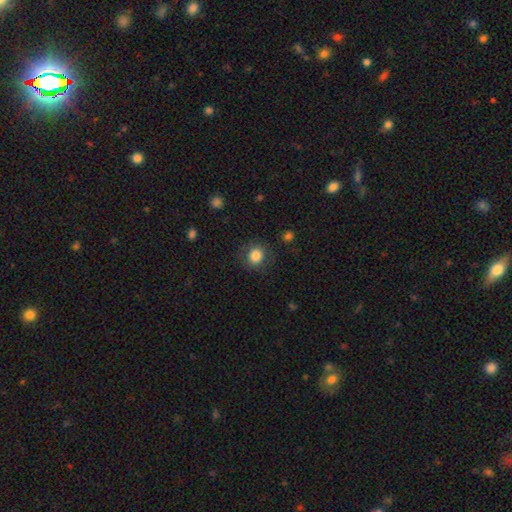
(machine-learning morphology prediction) The model was most divided on "how rounded": round: 81%, in between: 18%, cigar-shaped: 1%. More confident: smooth or featured — smooth (85%); merging — none (83%).